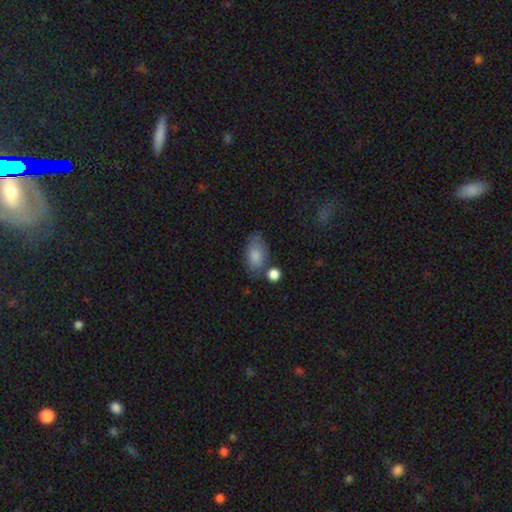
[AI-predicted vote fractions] This is clearly a smooth galaxy (82%). How rounded: clearly in between (91%). Merging: possibly none (58%).